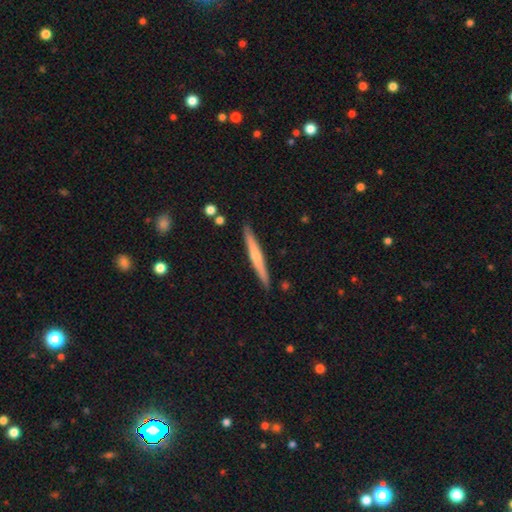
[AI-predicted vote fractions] Smooth or featured? Predicted: featured or disk (p=0.54). Edge-on disk? Predicted: yes (p=0.97). Edge-on bulge? Predicted: rounded (p=0.60). Merging? Predicted: none (p=0.90).